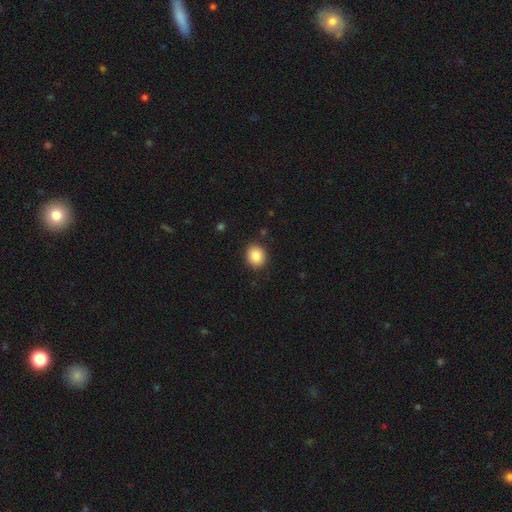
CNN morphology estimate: This is clearly a smooth galaxy (86%). How rounded: likely round (71%). Merging: clearly none (89%).